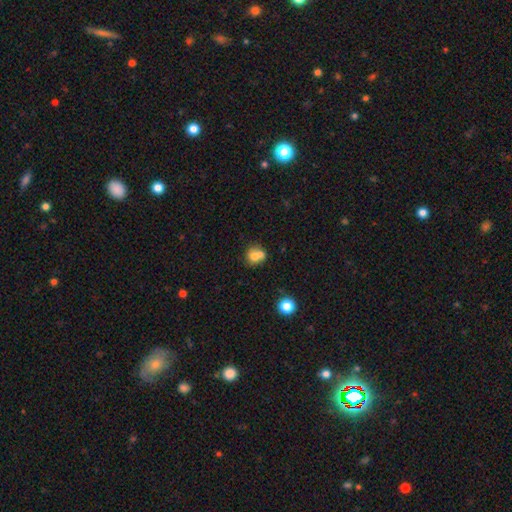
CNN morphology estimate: A smooth galaxy with no disk features (69%) that is round (66%). Merging: merger (53%).